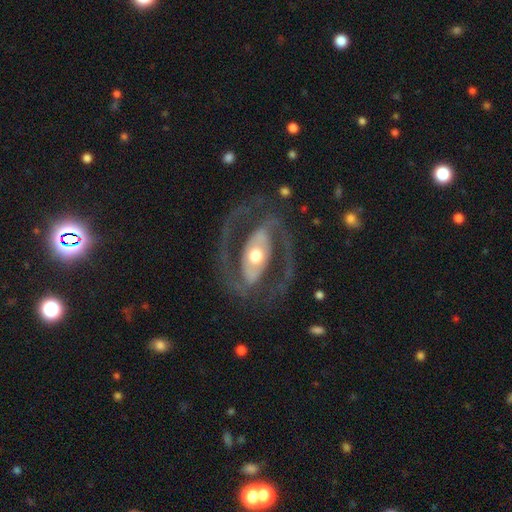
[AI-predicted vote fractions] Smooth or featured?
  - featured or disk: 88% *
  - smooth: 8%
  - star or artifact: 4%
Edge-on disk?
  - no: 96% *
  - yes: 4%
Bar?
  - no: 45% *
  - strong: 30%
  - weak: 25%
Spiral arms?
  - yes: 87% *
  - no: 13%
Spiral winding?
  - medium: 53% *
  - loose: 24%
  - tight: 23%
Spiral arm count?
  - 2: 90% *
  - can't tell: 3%
  - 1: 2%
  - 3: 2%
  - 4: 1%
  - more than 4: 1%
Bulge size?
  - moderate: 68% *
  - large: 18%
  - small: 11%
  - dominant: 2%
  - none: 1%
Merging?
  - none: 75% *
  - major disturbance: 12%
  - minor disturbance: 11%
  - merger: 2%